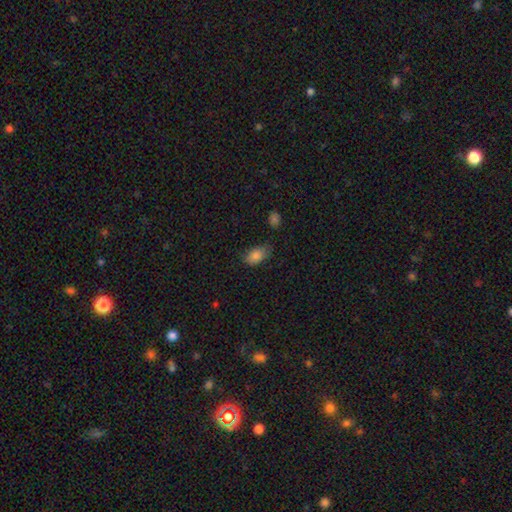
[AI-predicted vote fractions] A smooth galaxy with no disk features (84%) that is in between round and cigar-shaped (90%). Merging: none (66%).